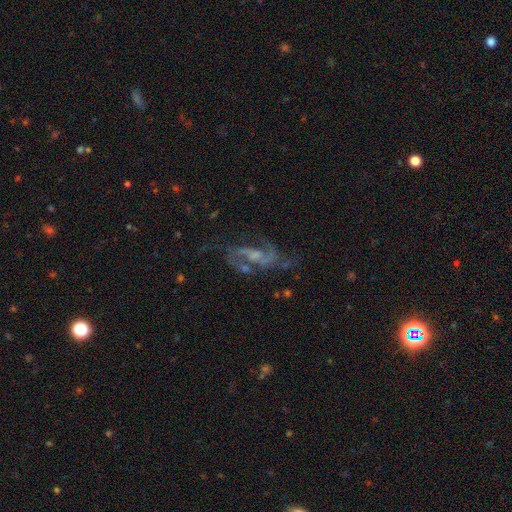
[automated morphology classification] type=featured or disk (80%); edge-on=no (94%); bar=weak (45%); spiral arms=yes (91%); winding=loose (47%); arm count=2 (78%); bulge=small (44%); merging=none (54%).